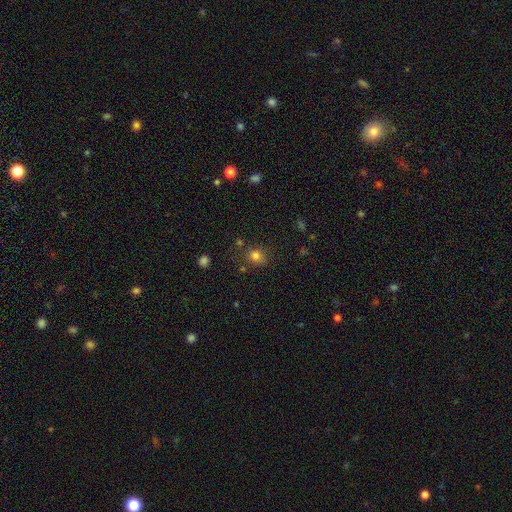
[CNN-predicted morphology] Smooth or featured?
  - smooth: 79% *
  - star or artifact: 15%
  - featured or disk: 7%
How rounded?
  - round: 77% *
  - in between: 22%
  - cigar-shaped: 1%
Merging?
  - none: 77% *
  - minor disturbance: 13%
  - merger: 6%
  - major disturbance: 4%